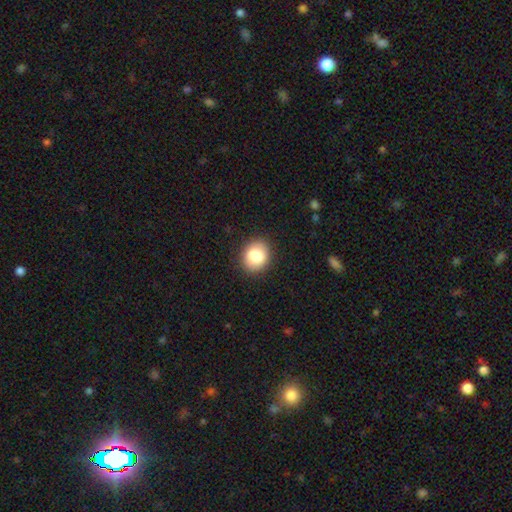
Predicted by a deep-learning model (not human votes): This appears to be a smooth galaxy with no disk features (83%) that is round (63%). Merging: none (88%).